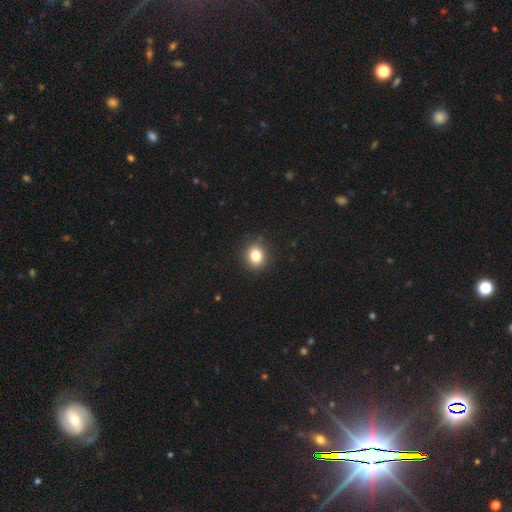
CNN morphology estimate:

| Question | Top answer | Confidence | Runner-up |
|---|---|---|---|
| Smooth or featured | smooth | 82% | star or artifact (12%) |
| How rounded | round | 74% | in between (25%) |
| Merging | none | 88% | minor disturbance (9%) |